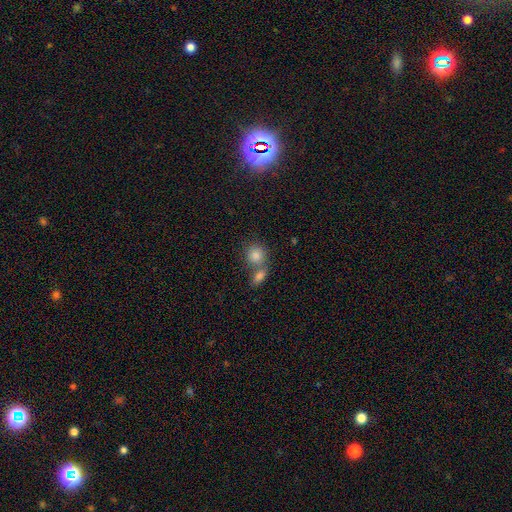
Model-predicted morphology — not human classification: Smooth or featured?
  - smooth: 81% *
  - star or artifact: 11%
  - featured or disk: 8%
How rounded?
  - round: 77% *
  - in between: 21%
  - cigar-shaped: 2%
Merging?
  - none: 46% *
  - merger: 43%
  - minor disturbance: 8%
  - major disturbance: 3%